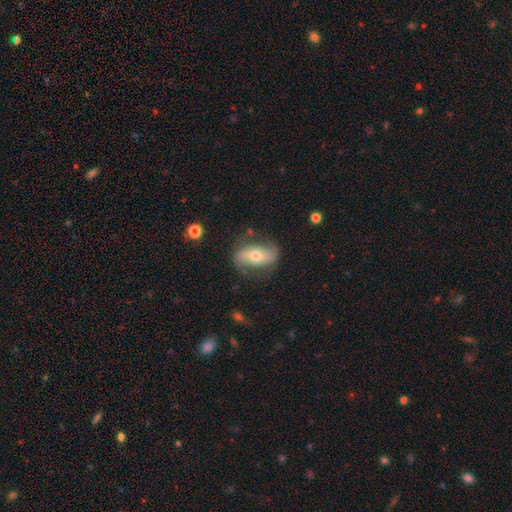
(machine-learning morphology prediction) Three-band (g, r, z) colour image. It shows a featured or disk galaxy (67%) with no bar (39%), 2 (88%) loose (54%) spiral arms (84%) and a moderate central bulge (66%). Merging: none (72%).